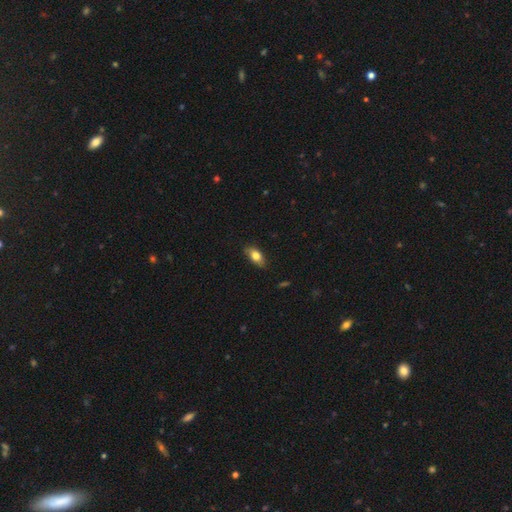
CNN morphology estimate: smooth-or-featured: smooth: 76% | featured or disk: 17% | star or artifact: 7%
  how-rounded: in between: 86% | cigar-shaped: 9% | round: 5%
  merging: none: 81% | minor disturbance: 15% | major disturbance: 2% | merger: 1%